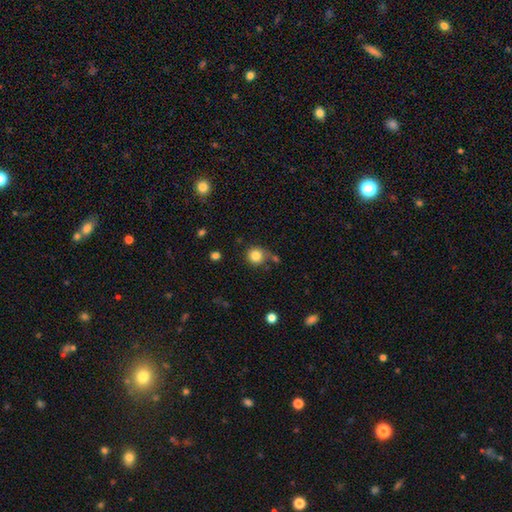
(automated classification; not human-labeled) This is clearly a smooth galaxy (84%). How rounded: clearly round (91%). Merging: likely none (71%).